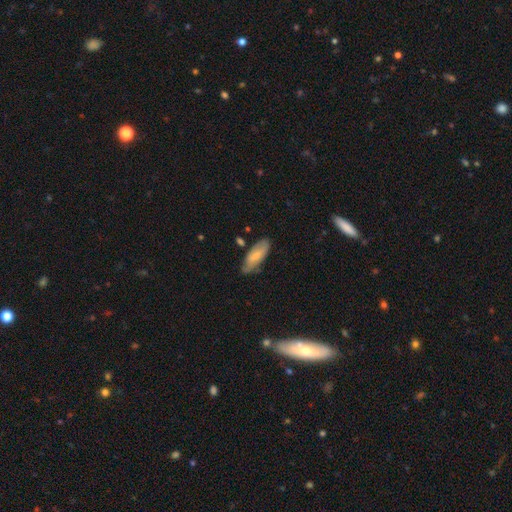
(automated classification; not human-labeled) smooth_or_featured: smooth (p=0.67) [alt: featured or disk p=0.27]
how_rounded: in between (p=0.75) [alt: cigar-shaped p=0.23]
merging: none (p=0.70) [alt: minor disturbance p=0.22]